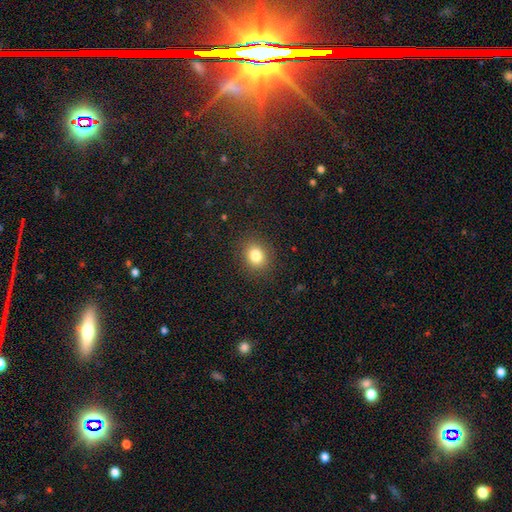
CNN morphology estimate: smooth-or-featured: smooth: 82% | star or artifact: 11% | featured or disk: 7%
  how-rounded: round: 64% | in between: 35% | cigar-shaped: 1%
  merging: none: 88% | minor disturbance: 8% | major disturbance: 3% | merger: 1%